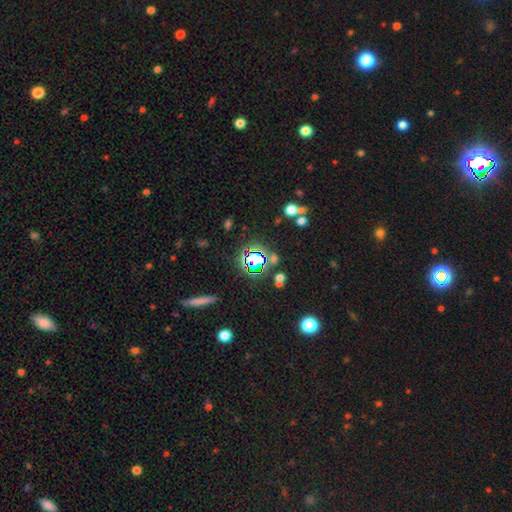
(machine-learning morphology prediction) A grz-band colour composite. It shows a star or artifact, not a galaxy (62%).